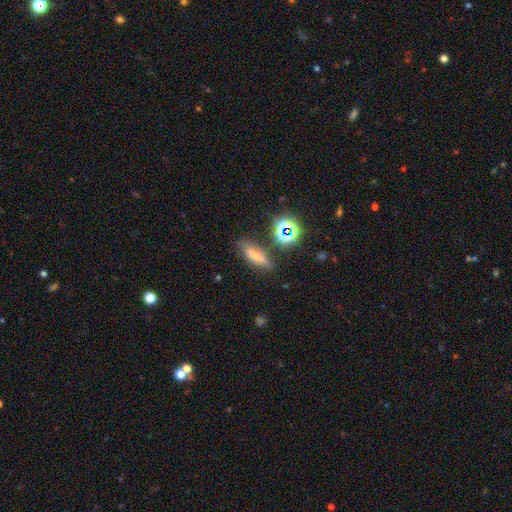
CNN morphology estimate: Q: Smooth or featured?
A: smooth (62%); runner-up: featured or disk (19%)
Q: How rounded?
A: in between (47%); runner-up: cigar-shaped (45%)
Q: Merging?
A: none (72%); runner-up: minor disturbance (16%)